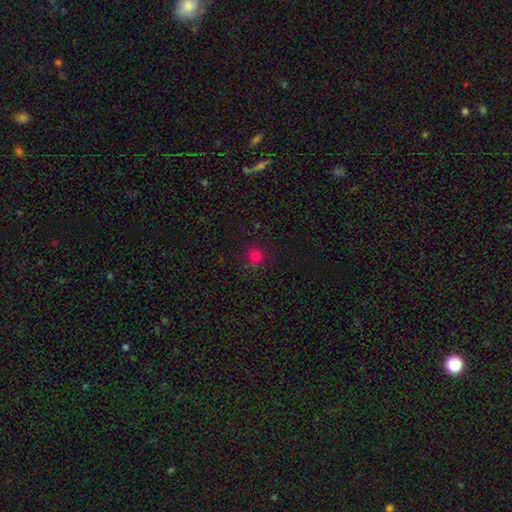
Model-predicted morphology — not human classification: Smooth or featured: smooth — 79% (star or artifact — 18%)
How rounded: round — 90% (in between — 9%)
Merging: none — 85% (minor disturbance — 10%)